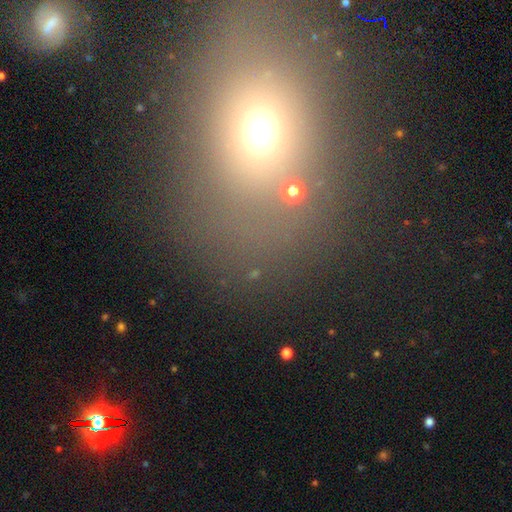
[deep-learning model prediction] A smooth galaxy with no disk features (54%) that is in between round and cigar-shaped (49%, tied with round). Merging: none (73%).